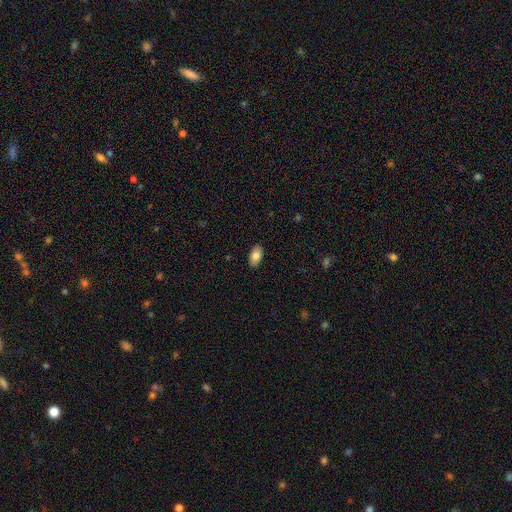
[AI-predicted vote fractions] A smooth galaxy with no disk features (80%) that is in between round and cigar-shaped (93%). Merging: none (89%).